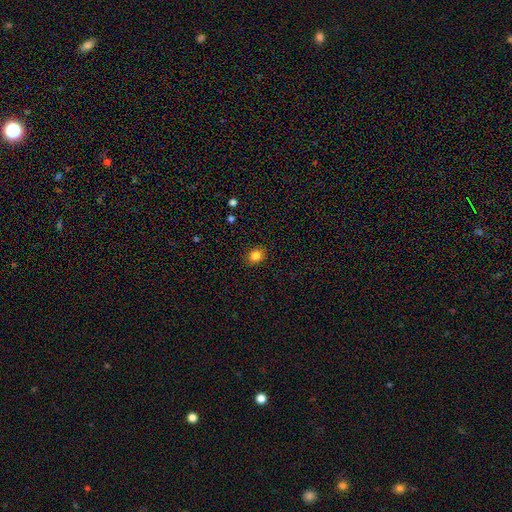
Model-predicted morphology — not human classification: Smooth or featured? smooth (84%)
How rounded? round (62%)
Merging? none (89%)